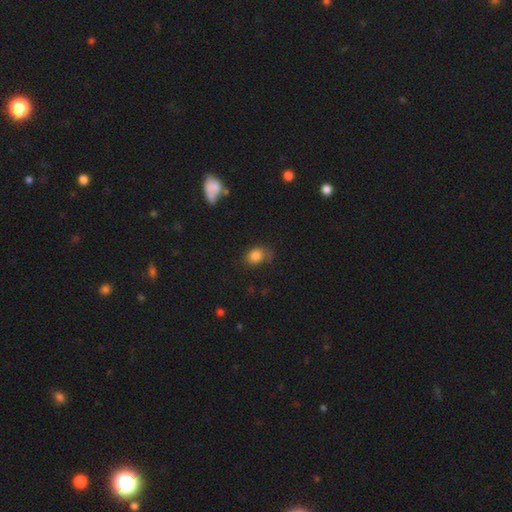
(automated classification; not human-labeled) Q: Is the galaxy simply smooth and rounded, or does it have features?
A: smooth — 82%.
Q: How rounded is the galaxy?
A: in between — 58%.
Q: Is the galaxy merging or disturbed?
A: none — 57%.